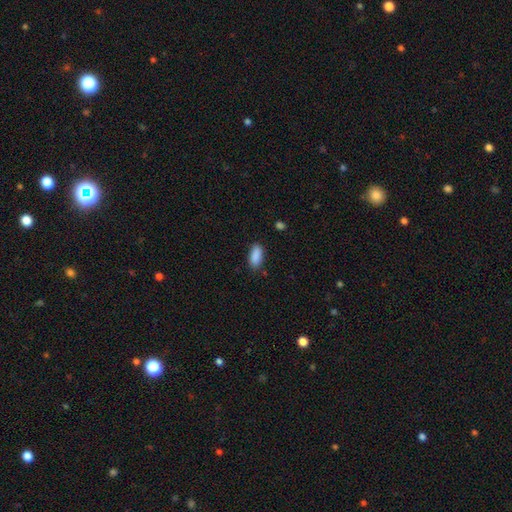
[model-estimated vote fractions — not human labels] Morphology: type=smooth (90%); roundness=in between (87%); merging=none (84%).